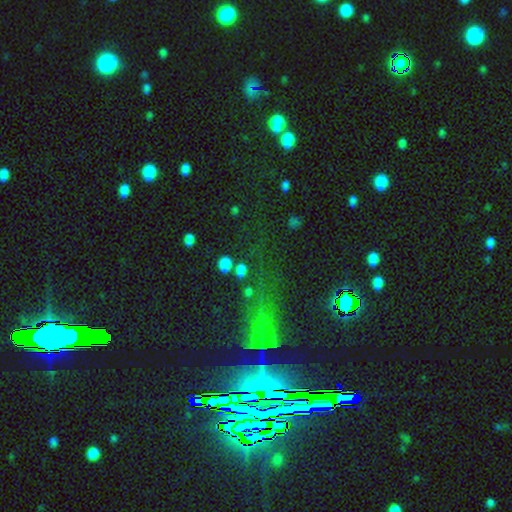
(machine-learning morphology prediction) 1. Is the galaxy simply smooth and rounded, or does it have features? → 79% star or artifact, 13% smooth, 8% featured or disk.